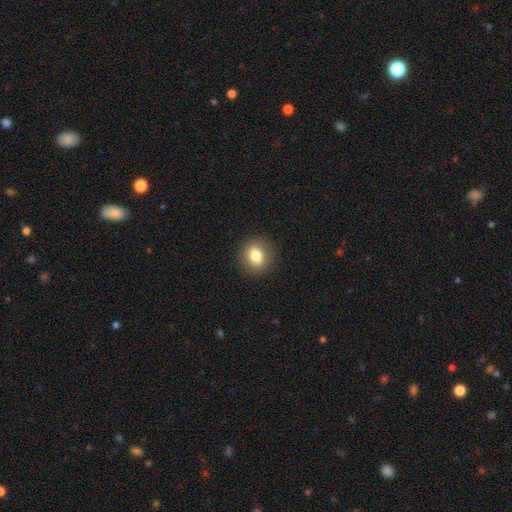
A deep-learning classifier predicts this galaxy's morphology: Smooth or featured: smooth — 80% (featured or disk — 11%)
How rounded: round — 71% (in between — 28%)
Merging: none — 89% (minor disturbance — 7%)